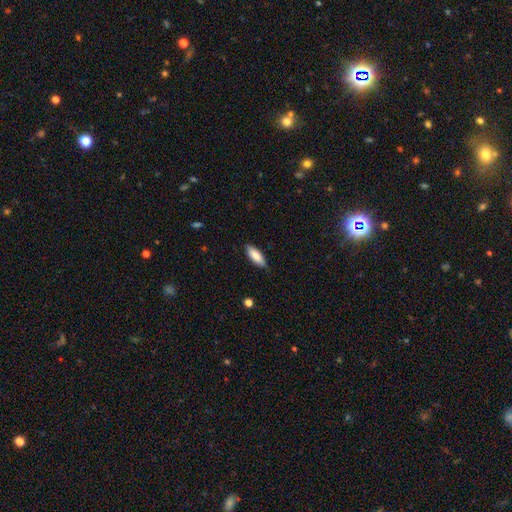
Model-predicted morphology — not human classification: Smooth or featured? Predicted: smooth (p=0.84). How rounded? Predicted: in between (p=0.74). Merging? Predicted: none (p=0.82).